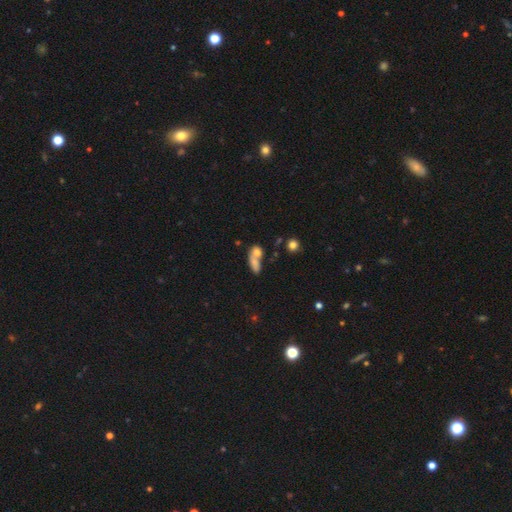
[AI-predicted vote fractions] The model was most divided on "merging": merger: 53%, none: 28%, minor disturbance: 10%, major disturbance: 9%. More confident: smooth or featured — smooth (70%); how rounded — in between (61%).